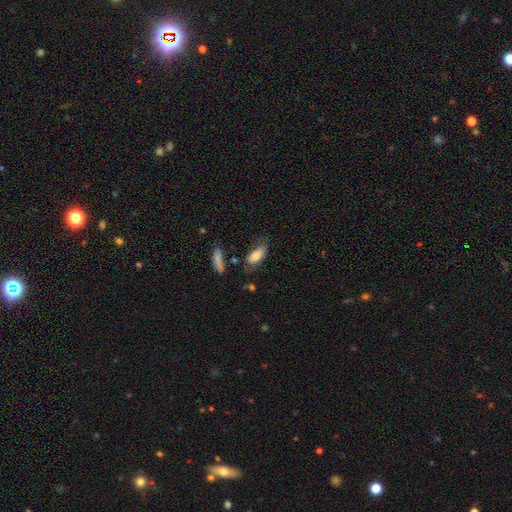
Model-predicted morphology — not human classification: smooth-or-featured: smooth: 73% | featured or disk: 20% | star or artifact: 7%
  how-rounded: in between: 82% | cigar-shaped: 16% | round: 3%
  merging: none: 57% | minor disturbance: 27% | major disturbance: 11% | merger: 6%